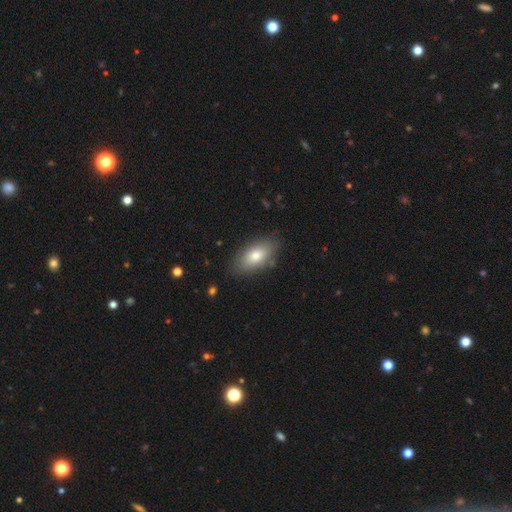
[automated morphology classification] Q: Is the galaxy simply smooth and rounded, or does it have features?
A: smooth — 77%.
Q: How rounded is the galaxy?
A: in between — 89%.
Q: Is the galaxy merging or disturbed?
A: none — 83%.